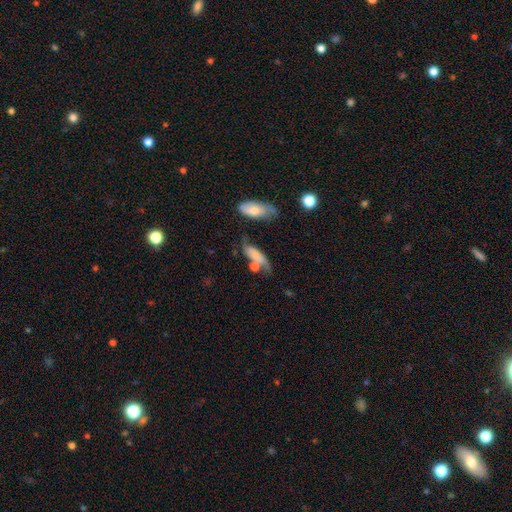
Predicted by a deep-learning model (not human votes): Morphology: type=smooth (62%); roundness=in between (57%); merging=none (39%).